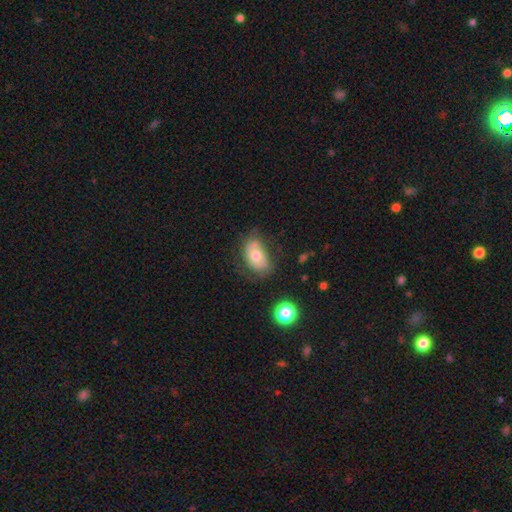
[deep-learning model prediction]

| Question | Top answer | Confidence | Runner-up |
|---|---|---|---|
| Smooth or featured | smooth | 63% | featured or disk (29%) |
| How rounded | in between | 85% | round (13%) |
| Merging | none | 57% | minor disturbance (27%) |